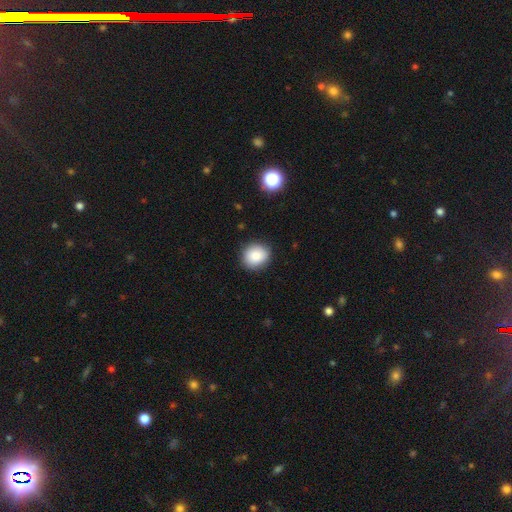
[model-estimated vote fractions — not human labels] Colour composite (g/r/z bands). It shows a smooth galaxy with no disk features (86%) that is round (76%). Merging: none (88%).